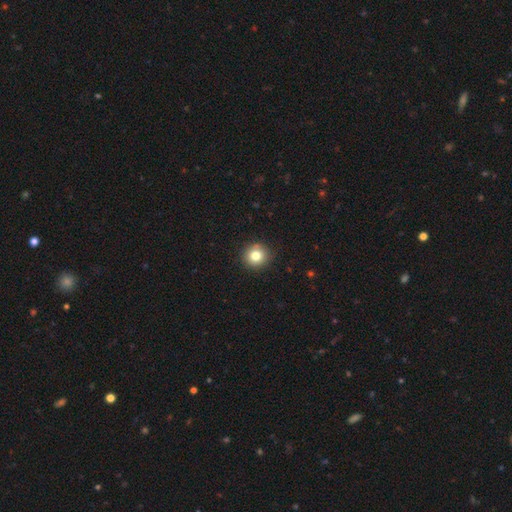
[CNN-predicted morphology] Smooth or featured?
  - smooth: 80% *
  - star or artifact: 11%
  - featured or disk: 9%
How rounded?
  - round: 92% *
  - in between: 7%
  - cigar-shaped: 1%
Merging?
  - none: 90% *
  - minor disturbance: 7%
  - major disturbance: 2%
  - merger: 1%